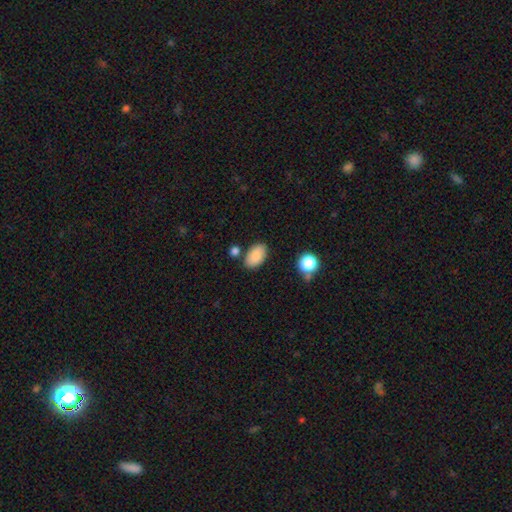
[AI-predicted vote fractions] Smooth or featured?
  - smooth: 85% *
  - star or artifact: 8%
  - featured or disk: 7%
How rounded?
  - in between: 92% *
  - round: 7%
  - cigar-shaped: 1%
Merging?
  - none: 78% *
  - minor disturbance: 13%
  - merger: 6%
  - major disturbance: 3%